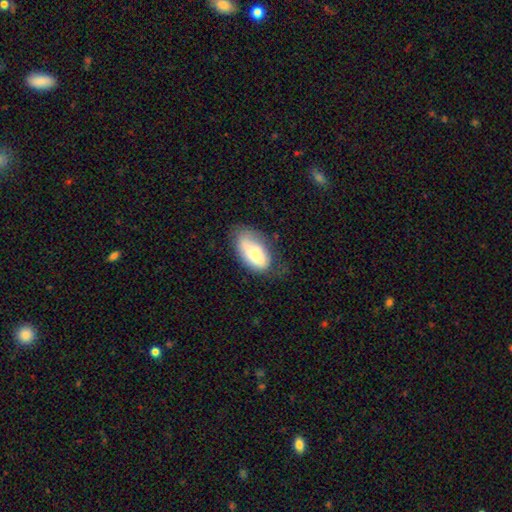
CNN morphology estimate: A smooth galaxy with no disk features (72%) that is in between round and cigar-shaped (93%). Merging: none (55%).